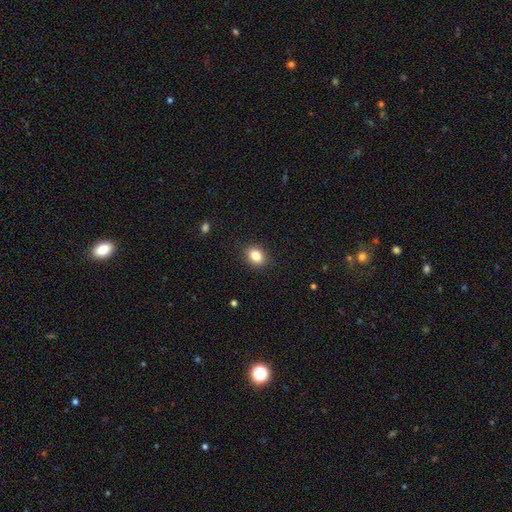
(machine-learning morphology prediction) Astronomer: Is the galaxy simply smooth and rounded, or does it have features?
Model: smooth — 85%.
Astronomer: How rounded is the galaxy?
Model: in between — 58% (runner-up: round, 41%).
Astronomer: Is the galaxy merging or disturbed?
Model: none — 89%.